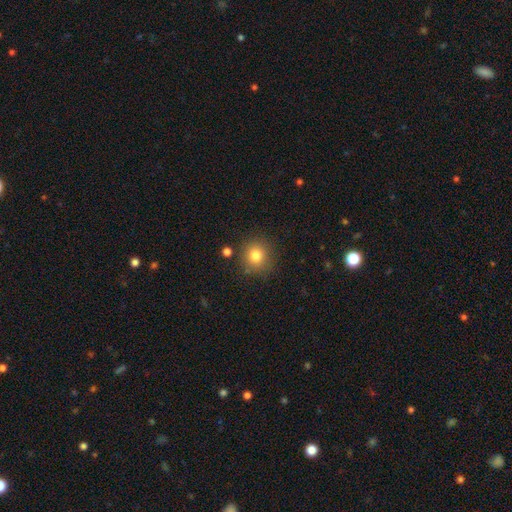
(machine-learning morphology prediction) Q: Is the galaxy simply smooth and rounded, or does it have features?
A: smooth — 80%.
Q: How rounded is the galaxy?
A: round — 91%.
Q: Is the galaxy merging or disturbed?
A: none — 85%.